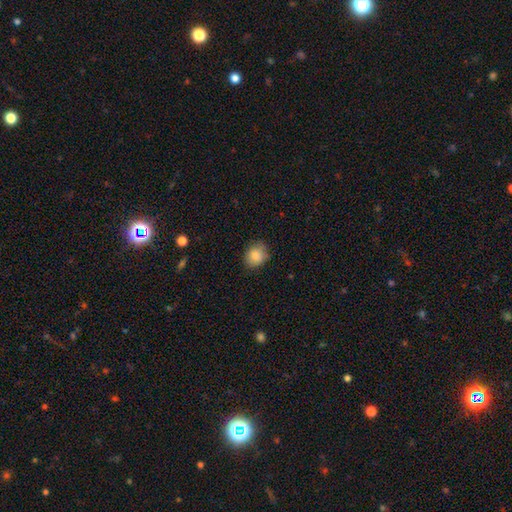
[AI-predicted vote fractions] Smooth or featured? Predicted: smooth (p=0.85). How rounded? Predicted: round (p=0.66). Merging? Predicted: none (p=0.79).